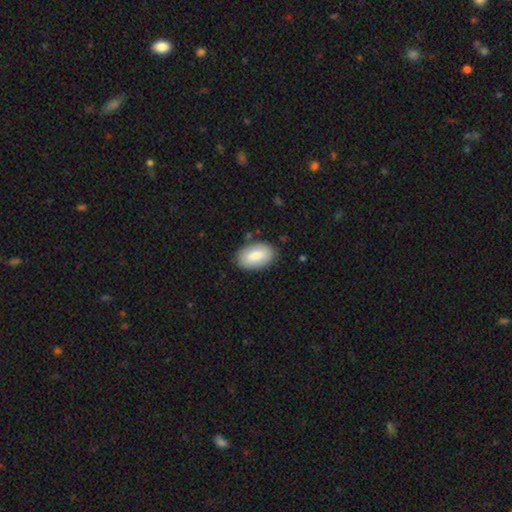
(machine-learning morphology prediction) smooth_or_featured: smooth (p=0.77) [alt: featured or disk p=0.17]
how_rounded: in between (p=0.94) [alt: round p=0.04]
merging: none (p=0.84) [alt: minor disturbance p=0.11]